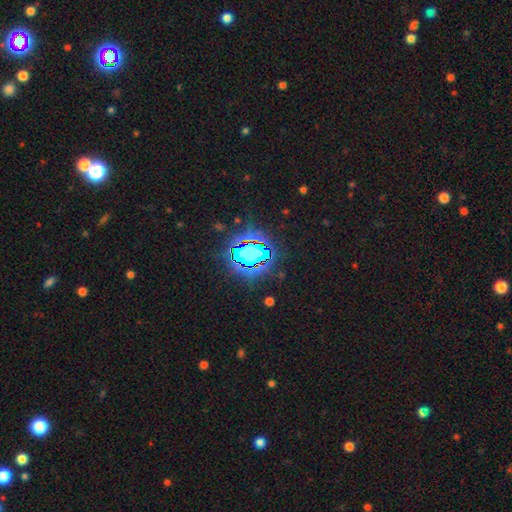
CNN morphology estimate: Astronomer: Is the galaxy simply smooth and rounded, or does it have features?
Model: star or artifact — 70%.